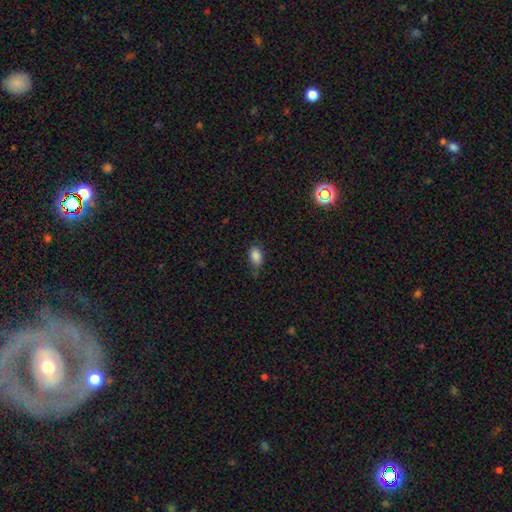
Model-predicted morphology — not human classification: The model was most divided on "merging": none: 70%, minor disturbance: 23%, major disturbance: 5%, merger: 2%. More confident: how rounded — in between (88%); smooth or featured — smooth (87%).